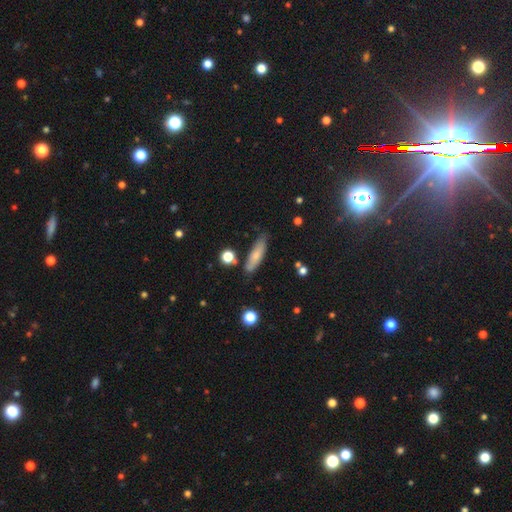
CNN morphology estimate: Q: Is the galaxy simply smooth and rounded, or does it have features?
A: smooth — 70%.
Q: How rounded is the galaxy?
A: cigar-shaped — 58%.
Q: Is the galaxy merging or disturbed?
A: none — 77%.